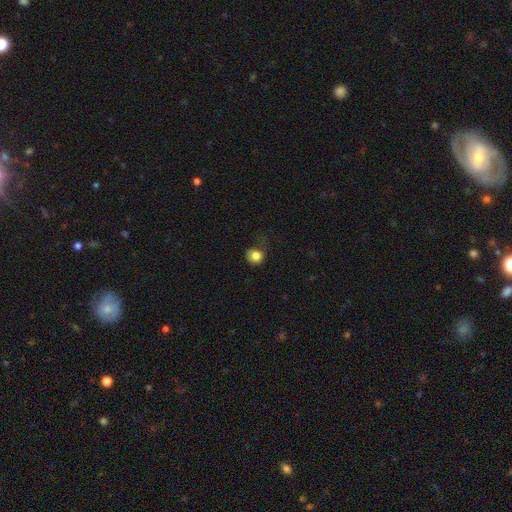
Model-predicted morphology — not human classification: This appears to be a smooth galaxy with no disk features (82%) that is round (78%). Merging: none (55%).